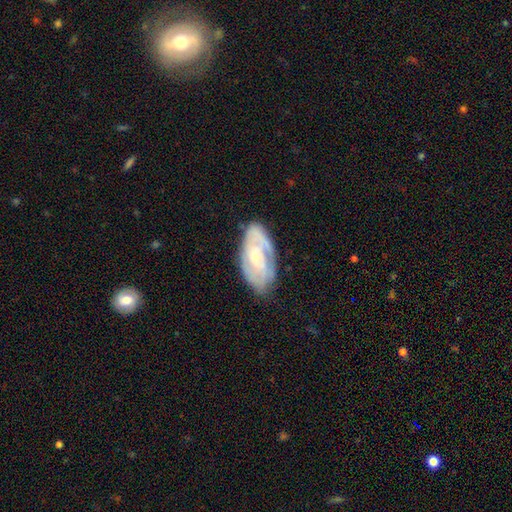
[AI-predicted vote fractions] Smooth or featured?
  - featured or disk: 70% *
  - smooth: 24%
  - star or artifact: 6%
Edge-on disk?
  - no: 93% *
  - yes: 7%
Bar?
  - no: 63% *
  - weak: 30%
  - strong: 7%
Spiral arms?
  - yes: 81% *
  - no: 19%
Spiral winding?
  - tight: 62% *
  - medium: 29%
  - loose: 9%
Spiral arm count?
  - can't tell: 43% *
  - 2: 36%
  - 3: 10%
  - 1: 6%
  - 4: 3%
  - more than 4: 3%
Bulge size?
  - small: 59% *
  - moderate: 32%
  - none: 6%
  - large: 2%
  - dominant: 1%
Merging?
  - none: 71% *
  - minor disturbance: 21%
  - major disturbance: 6%
  - merger: 2%